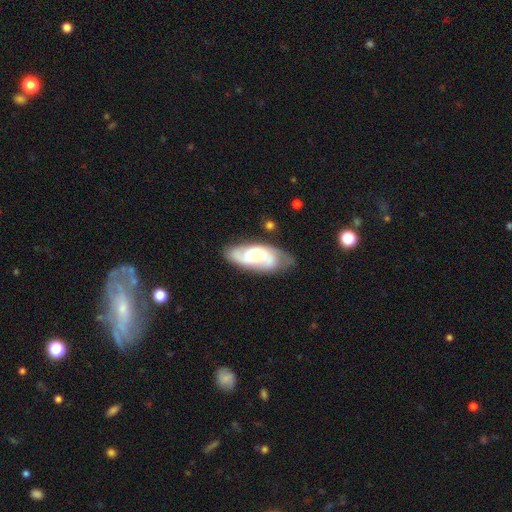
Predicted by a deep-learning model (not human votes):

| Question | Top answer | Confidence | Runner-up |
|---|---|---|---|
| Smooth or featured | featured or disk | 67% | smooth (27%) |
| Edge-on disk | no | 94% | yes (6%) |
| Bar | no | 57% | weak (32%) |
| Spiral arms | yes | 92% | no (8%) |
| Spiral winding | tight | 45% | medium (42%) |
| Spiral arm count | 2 | 52% | can't tell (21%) |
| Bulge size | small | 43% | none (22%) |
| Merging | none | 61% | minor disturbance (26%) |